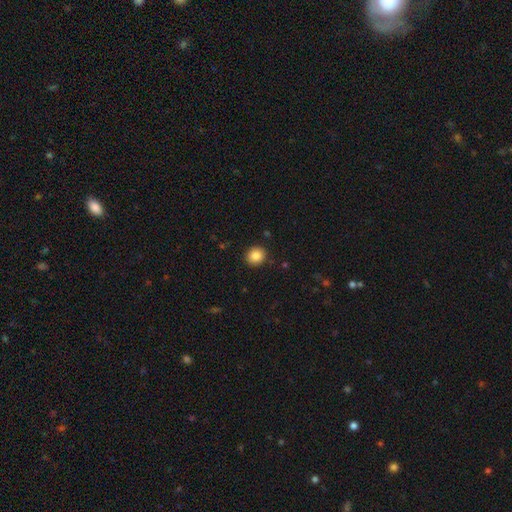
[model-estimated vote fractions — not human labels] A smooth galaxy with no disk features (86%) that is round (85%).

Vote fractions:
- Smooth or featured? smooth: 86% / star or artifact: 9% / featured or disk: 4%
- How rounded? round: 85% / in between: 14% / cigar-shaped: 1%
- Merging? none: 91% / minor disturbance: 6% / major disturbance: 2% / merger: 1%